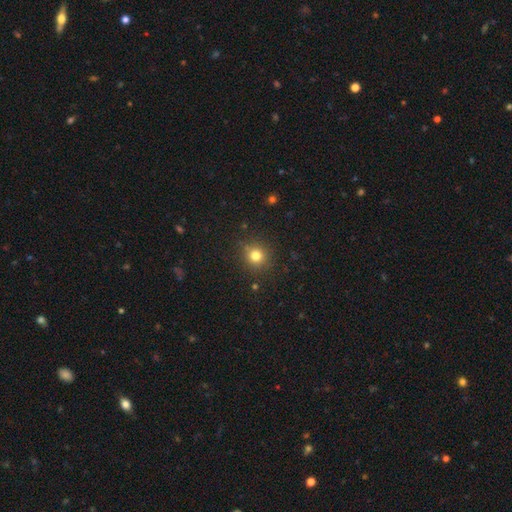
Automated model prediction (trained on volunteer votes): smooth-or-featured: smooth: 77% | star or artifact: 16% | featured or disk: 7%
  how-rounded: round: 93% | in between: 6% | cigar-shaped: 1%
  merging: none: 87% | minor disturbance: 8% | major disturbance: 3% | merger: 2%